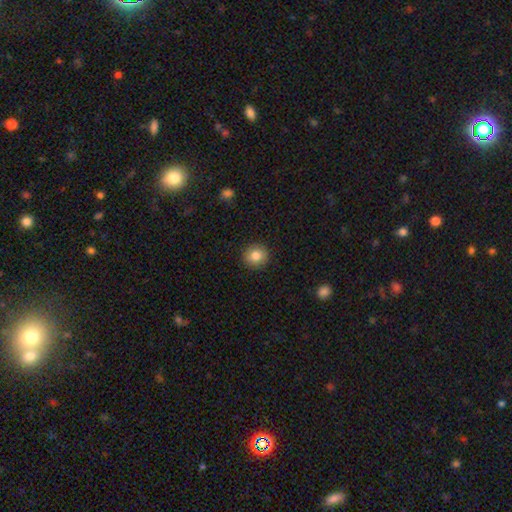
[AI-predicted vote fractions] Overall: smooth (84%). How rounded: round (89%). Merging: none (91%).